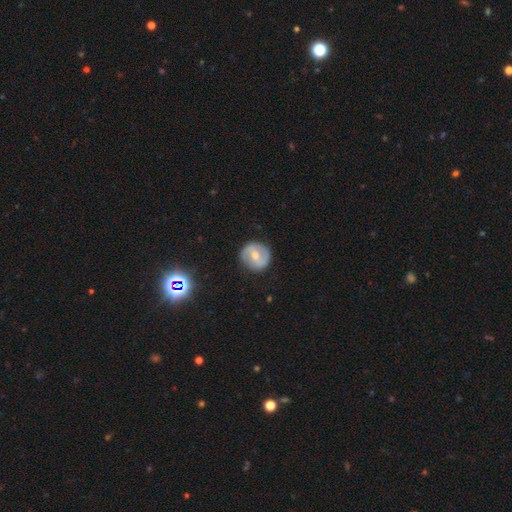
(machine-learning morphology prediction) smooth-or-featured: featured or disk: 66% | smooth: 28% | star or artifact: 7%
  disk-edge-on: no: 97% | yes: 3%
    bar: weak: 44% | no: 30% | strong: 27%
    has-spiral-arms: yes: 73% | no: 27%
    bulge-size: moderate: 65% | small: 32% | large: 2% | none: 1% | dominant: 1%
  merging: none: 87% | minor disturbance: 10% | major disturbance: 3% | merger: 1%